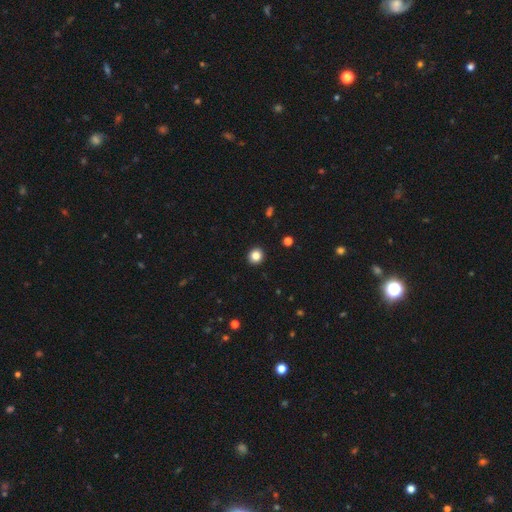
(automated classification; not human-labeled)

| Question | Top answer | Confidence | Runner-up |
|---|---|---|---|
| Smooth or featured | smooth | 85% | star or artifact (11%) |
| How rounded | round | 88% | in between (11%) |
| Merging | none | 93% | minor disturbance (4%) |